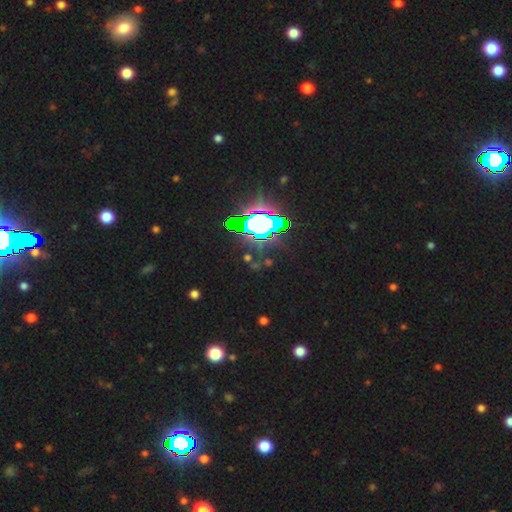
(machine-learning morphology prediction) smooth-or-featured: star or artifact: 83% | smooth: 10% | featured or disk: 8%